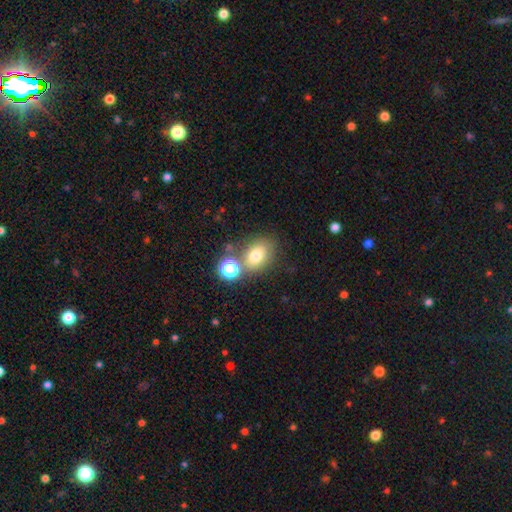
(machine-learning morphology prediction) smooth 75%, star or artifact 14%, featured or disk 11%. Down the decision tree: how rounded — in between (61%); merging — none (64%).